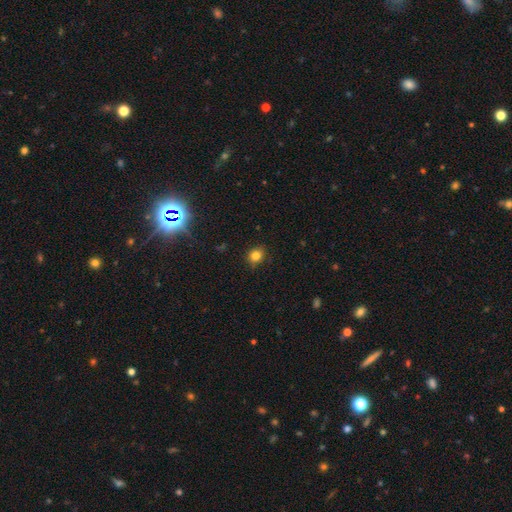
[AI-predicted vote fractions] Q: Smooth or featured?
A: smooth (81%); runner-up: star or artifact (13%)
Q: How rounded?
A: round (72%); runner-up: in between (27%)
Q: Merging?
A: none (84%); runner-up: minor disturbance (12%)